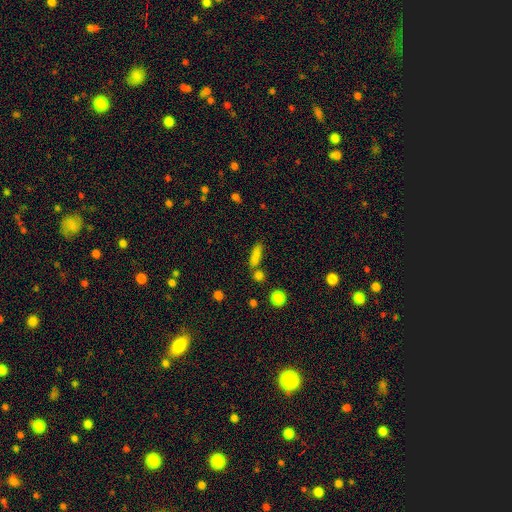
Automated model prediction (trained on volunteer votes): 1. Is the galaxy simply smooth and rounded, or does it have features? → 81% smooth, 10% star or artifact, 8% featured or disk.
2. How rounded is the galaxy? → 62% cigar-shaped, 34% in between, 4% round.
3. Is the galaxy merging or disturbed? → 72% none, 12% minor disturbance, 12% merger, 4% major disturbance.